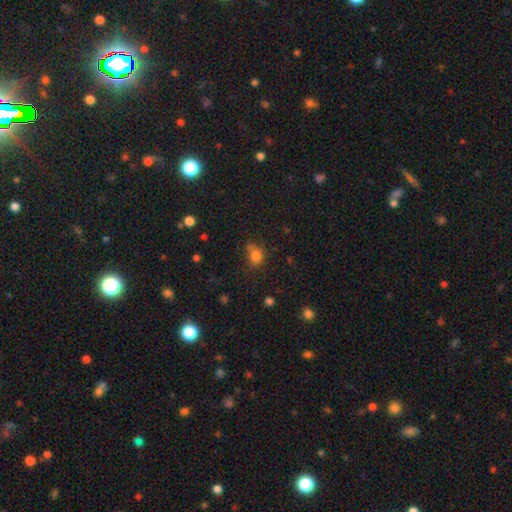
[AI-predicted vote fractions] A smooth galaxy with no disk features (79%) that is round (73%).

Vote fractions:
- Smooth or featured? smooth: 79% / star or artifact: 14% / featured or disk: 7%
- How rounded? round: 73% / in between: 26% / cigar-shaped: 1%
- Merging? none: 56% / merger: 21% / minor disturbance: 17% / major disturbance: 7%